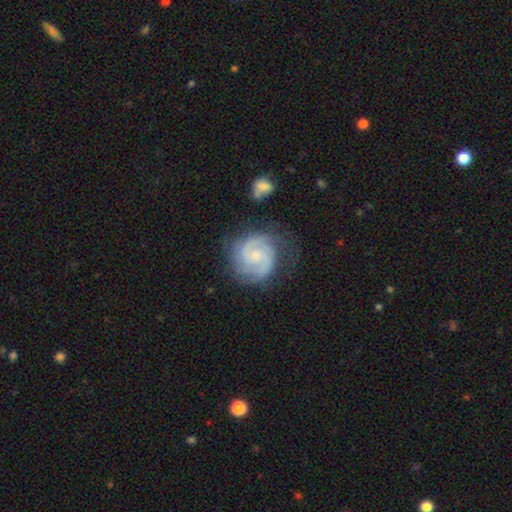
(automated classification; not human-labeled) Smooth or featured? featured or disk (86%)
Edge-on disk? no (98%)
Bar? no (54%)
Spiral arms? yes (97%)
Spiral winding? tight (59%)
Spiral arm count? 2 (73%)
Bulge size? small (56%)
Merging? none (69%)